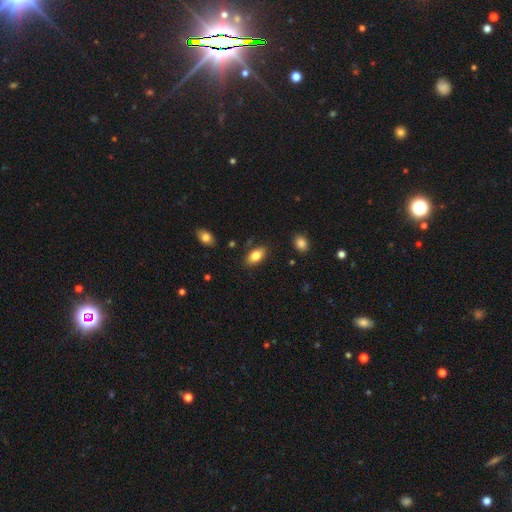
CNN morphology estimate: Smooth or featured? smooth (81%)
How rounded? in between (91%)
Merging? none (84%)